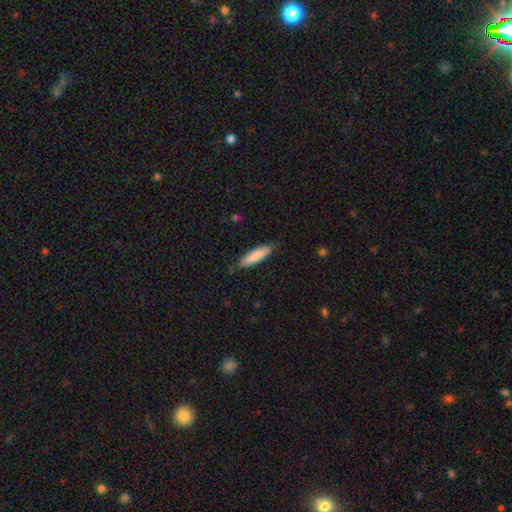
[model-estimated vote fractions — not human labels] Smooth or featured? Predicted: smooth (p=0.84). How rounded? Predicted: cigar-shaped (p=0.73). Merging? Predicted: none (p=0.83).